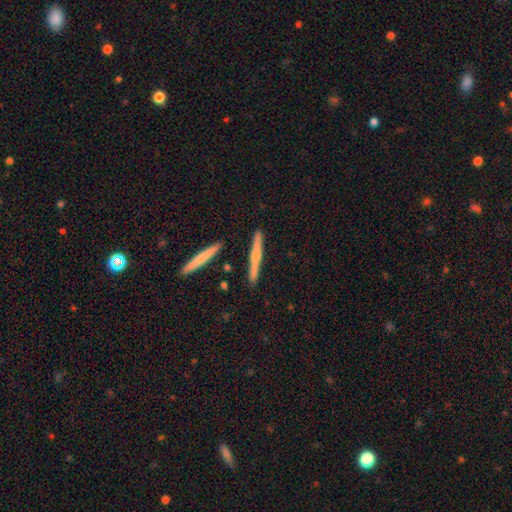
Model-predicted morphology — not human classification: featured or disk 63%, smooth 32%, star or artifact 6%. Down the decision tree: edge-on disk — yes (97%); edge-on bulge — rounded (70%); merging — none (88%).